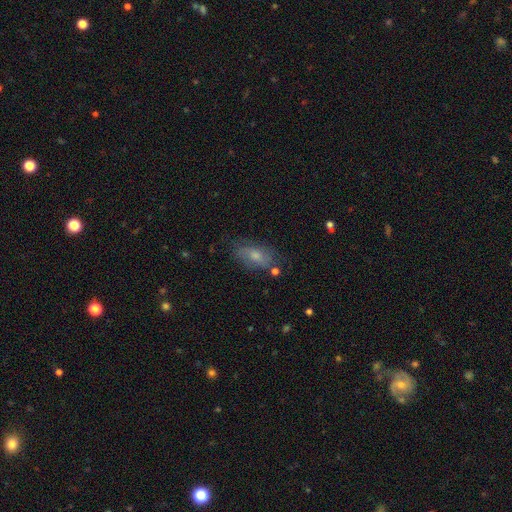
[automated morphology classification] smooth-or-featured: smooth: 55% | featured or disk: 34% | star or artifact: 11%
  how-rounded: in between: 85% | cigar-shaped: 8% | round: 7%
  merging: none: 66% | minor disturbance: 23% | major disturbance: 8% | merger: 4%